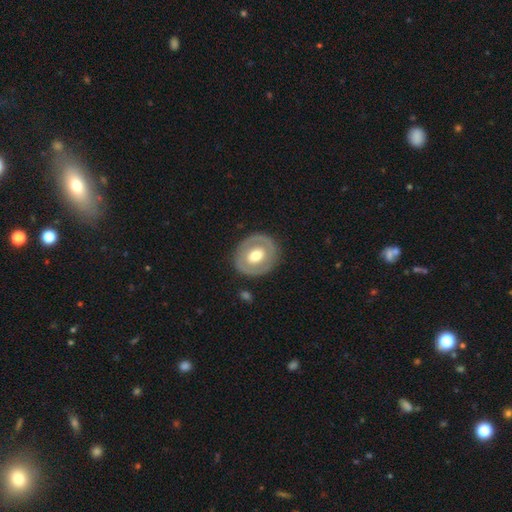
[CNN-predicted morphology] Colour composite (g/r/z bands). It shows a featured or disk galaxy (58%) with no bar (60%), no spiral arms (73%) and a moderate central bulge (64%). Merging: none (83%).